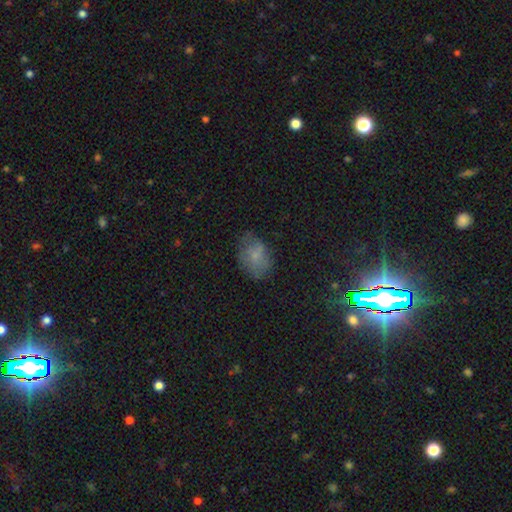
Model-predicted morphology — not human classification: This appears to be a smooth galaxy with no disk features (68%) that is in between round and cigar-shaped (77%). Merging: none (63%).